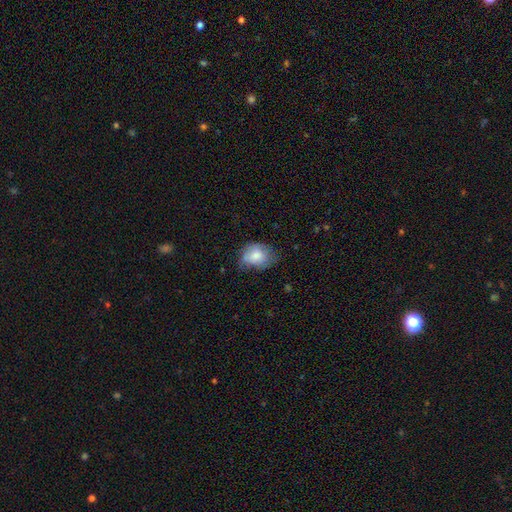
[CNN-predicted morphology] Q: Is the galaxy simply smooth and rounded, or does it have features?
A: smooth — 77%.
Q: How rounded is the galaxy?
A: in between — 66%.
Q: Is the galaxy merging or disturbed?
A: none — 49%.